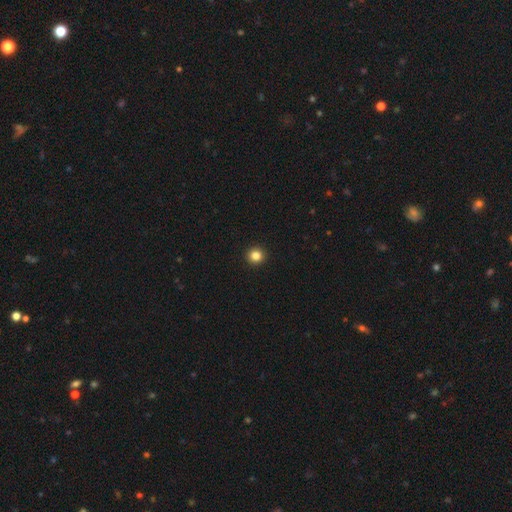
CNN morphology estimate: Smooth or featured: smooth — 85% (star or artifact — 11%)
How rounded: round — 95% (in between — 5%)
Merging: none — 94% (minor disturbance — 4%)